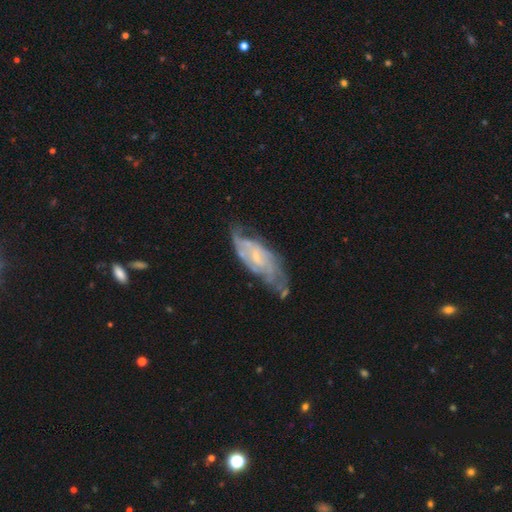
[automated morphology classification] featured or disk 76%, smooth 17%, star or artifact 7%. Down the decision tree: edge-on disk — no (87%); bar — no (49%); spiral arms — yes (86%); spiral arm count — can't tell (41%); spiral winding — tight (43%); bulge size — small (62%); merging — none (57%).